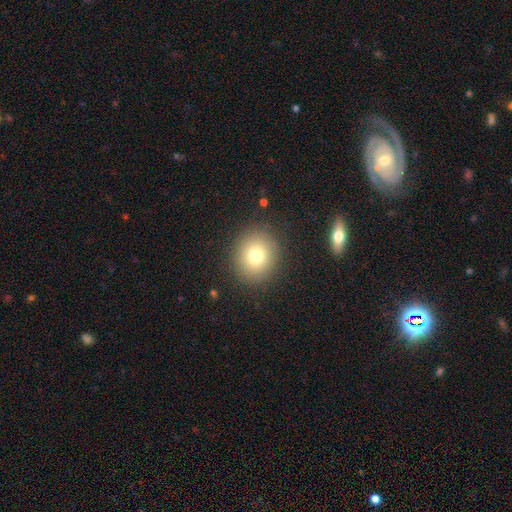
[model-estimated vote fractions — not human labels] This appears to be a smooth galaxy with no disk features (76%) that is round (83%). Merging: none (88%).